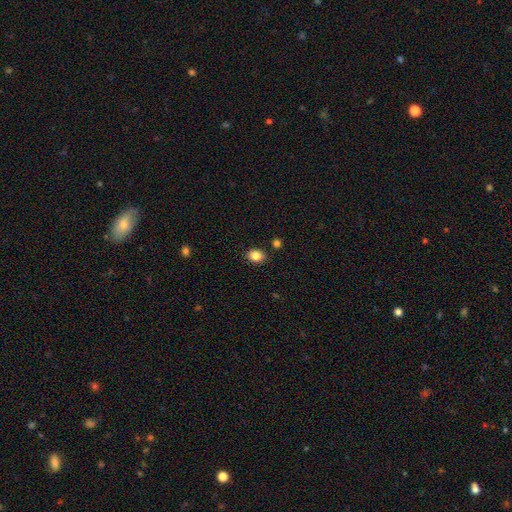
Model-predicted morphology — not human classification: This appears to be a smooth galaxy with no disk features (86%) that is in between round and cigar-shaped (57%). Merging: none (86%).